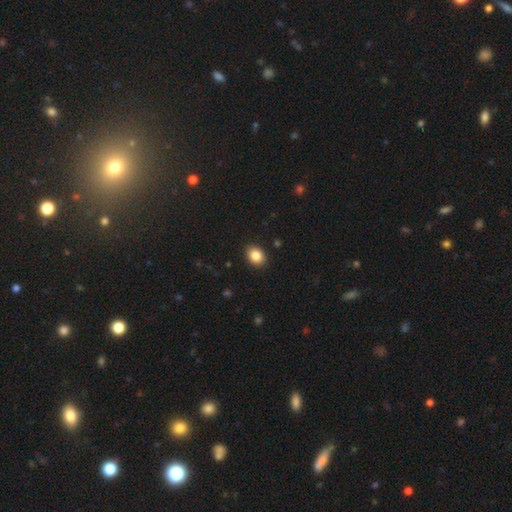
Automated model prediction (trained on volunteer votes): Smooth or featured?
  - smooth: 86% *
  - star or artifact: 9%
  - featured or disk: 5%
How rounded?
  - in between: 56% *
  - round: 43%
  - cigar-shaped: 1%
Merging?
  - none: 90% *
  - minor disturbance: 7%
  - major disturbance: 2%
  - merger: 1%